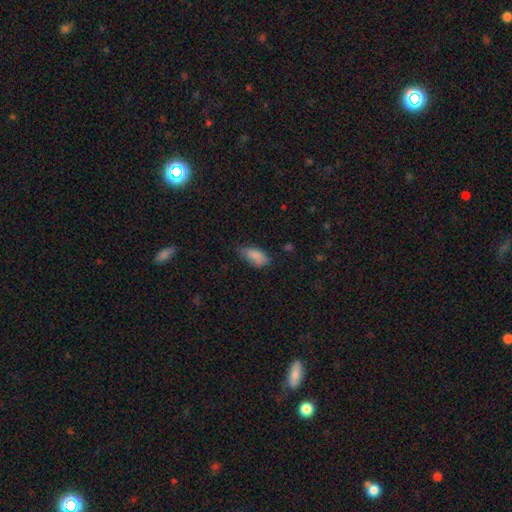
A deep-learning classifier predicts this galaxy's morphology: Smooth or featured: smooth — 85% (star or artifact — 8%)
How rounded: in between — 90% (cigar-shaped — 6%)
Merging: none — 56% (minor disturbance — 34%)